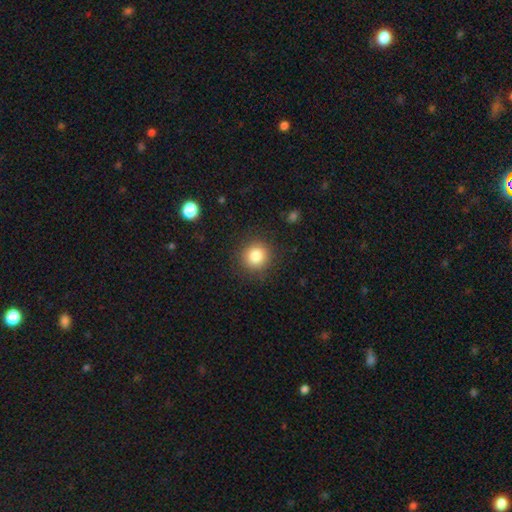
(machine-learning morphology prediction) A smooth galaxy with no disk features (84%) that is round (91%). Merging: none (89%).